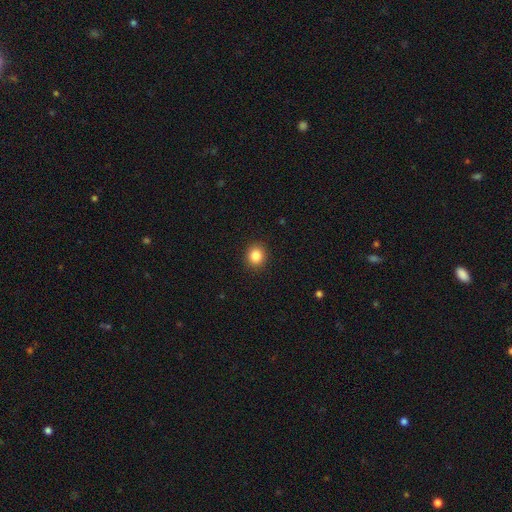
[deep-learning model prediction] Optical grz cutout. It shows a smooth galaxy with no disk features (85%) that is round (84%). Merging: none (91%).